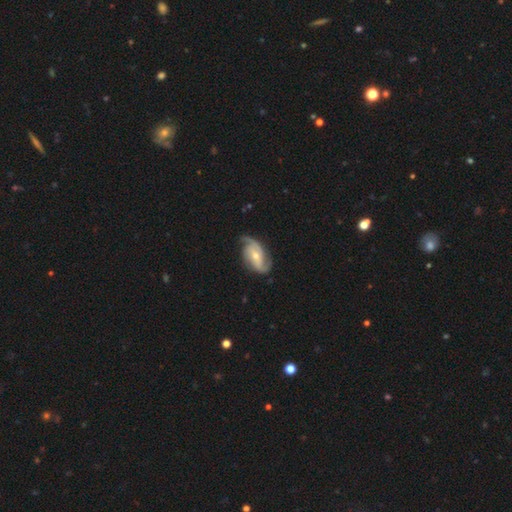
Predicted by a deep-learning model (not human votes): smooth_or_featured: featured or disk (p=0.85) [alt: smooth p=0.11]
disk_edge_on: no (p=0.96) [alt: yes p=0.04]
bar: no (p=0.47) [alt: weak p=0.36]
has_spiral_arms: yes (p=0.96) [alt: no p=0.04]
spiral_winding: medium (p=0.44) [alt: loose p=0.31]
spiral_arm_count: 2 (p=0.69) [alt: 3 p=0.15]
bulge_size: moderate (p=0.50) [alt: small p=0.46]
merging: none (p=0.69) [alt: minor disturbance p=0.21]